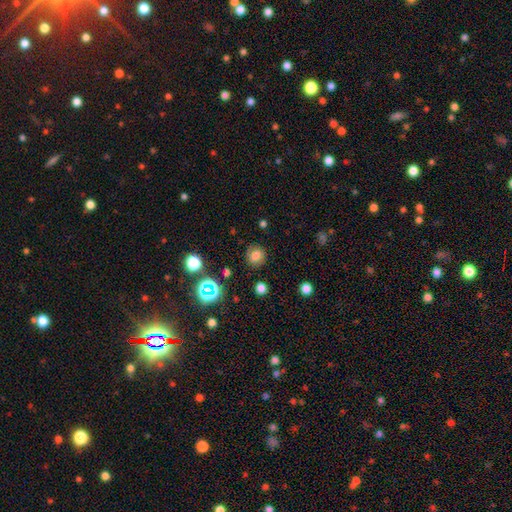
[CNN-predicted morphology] A smooth galaxy with no disk features (73%) that is round (81%). Merging: none (83%).